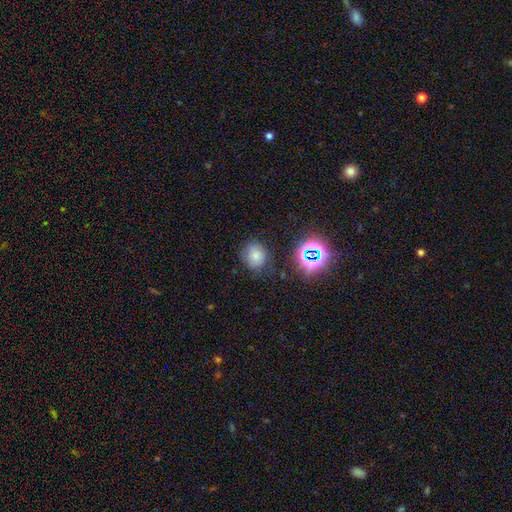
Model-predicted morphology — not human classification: This appears to be a smooth galaxy with no disk features (72%) that is round (73%). Merging: none (77%).